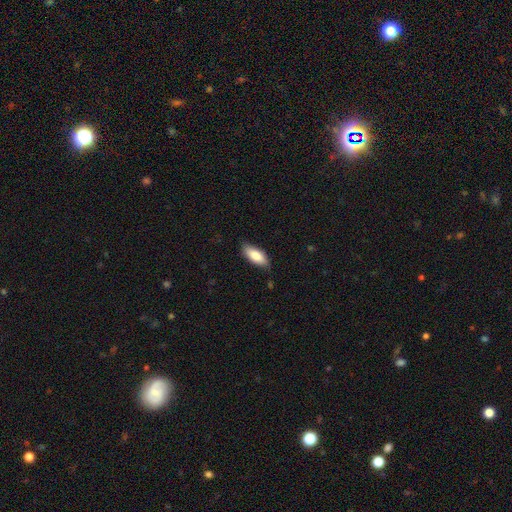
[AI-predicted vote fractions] The model was most divided on "how rounded": in between: 81%, cigar-shaped: 18%, round: 2%. More confident: smooth or featured — smooth (82%); merging — none (81%).